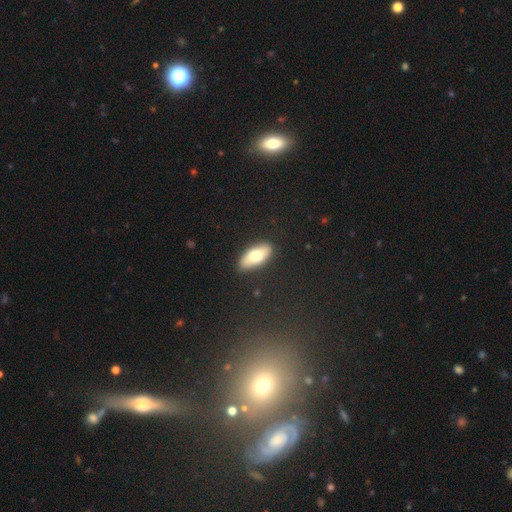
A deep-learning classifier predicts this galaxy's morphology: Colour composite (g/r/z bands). It shows a smooth galaxy with no disk features (73%) that is in between round and cigar-shaped (86%). Merging: none (87%).